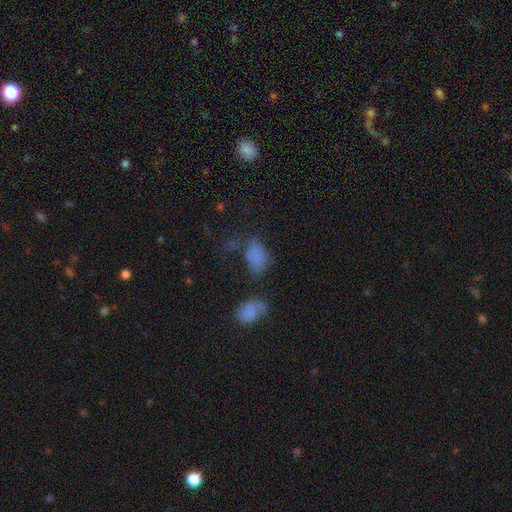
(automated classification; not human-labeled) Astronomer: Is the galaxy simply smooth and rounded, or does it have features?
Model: smooth — 69%.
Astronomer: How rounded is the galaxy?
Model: in between — 87%.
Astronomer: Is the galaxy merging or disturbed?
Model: none — 38% (runner-up: minor disturbance, 22%).